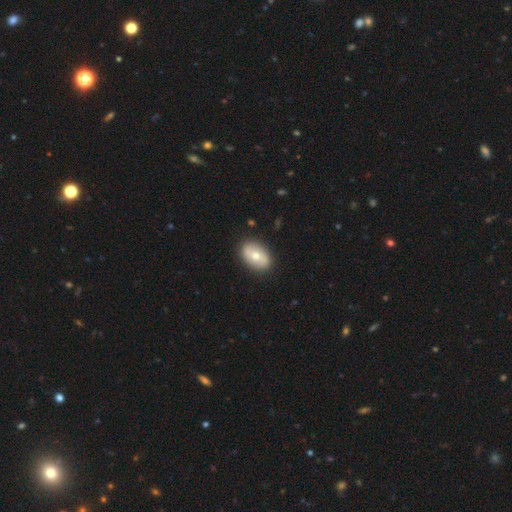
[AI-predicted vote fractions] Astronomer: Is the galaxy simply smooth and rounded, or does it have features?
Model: smooth — 58% (runner-up: featured or disk, 36%).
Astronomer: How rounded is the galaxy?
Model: in between — 86%.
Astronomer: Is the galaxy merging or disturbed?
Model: none — 87%.